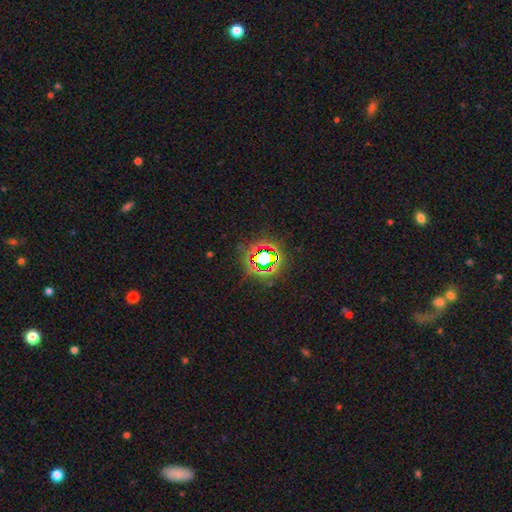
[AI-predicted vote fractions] smooth_or_featured: star or artifact (p=0.80) [alt: smooth p=0.12]